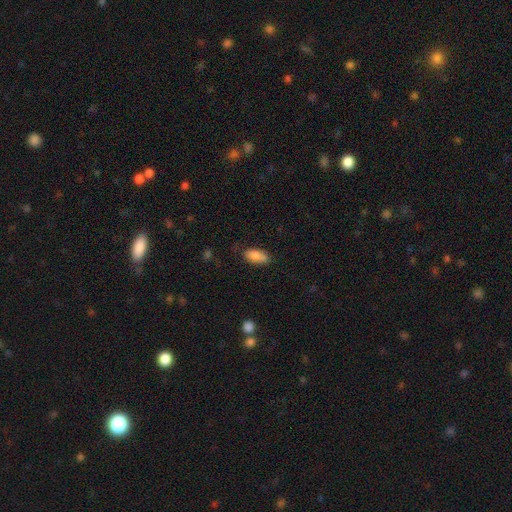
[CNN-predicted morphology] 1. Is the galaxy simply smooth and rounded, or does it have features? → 85% smooth, 8% featured or disk, 7% star or artifact.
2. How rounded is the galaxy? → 89% in between, 8% cigar-shaped, 3% round.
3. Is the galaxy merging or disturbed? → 72% none, 21% minor disturbance, 4% major disturbance, 3% merger.